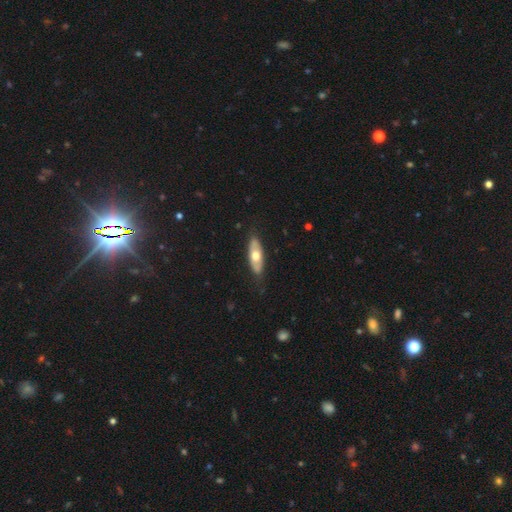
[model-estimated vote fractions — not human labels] Overall: smooth (53%; featured or disk 43%). How rounded: in between (69%). Merging: none (80%).